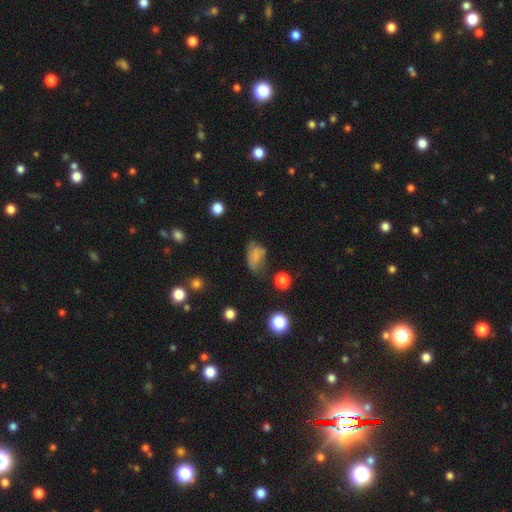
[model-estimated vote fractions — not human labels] This is likely a smooth galaxy (65%). How rounded: clearly in between (86%). Merging: marginally none (38%).